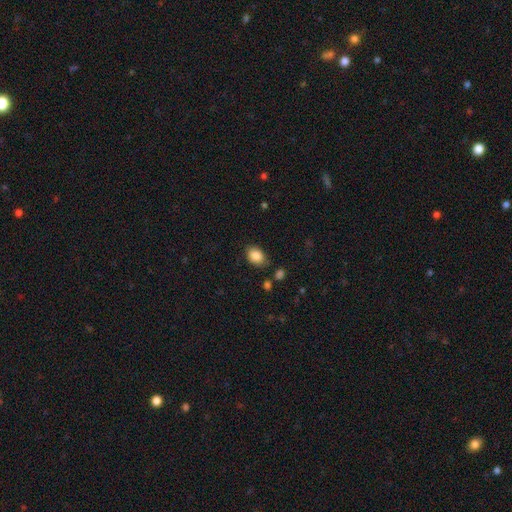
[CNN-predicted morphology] This is clearly a smooth galaxy (87%). How rounded: likely in between (75%). Merging: clearly none (80%).